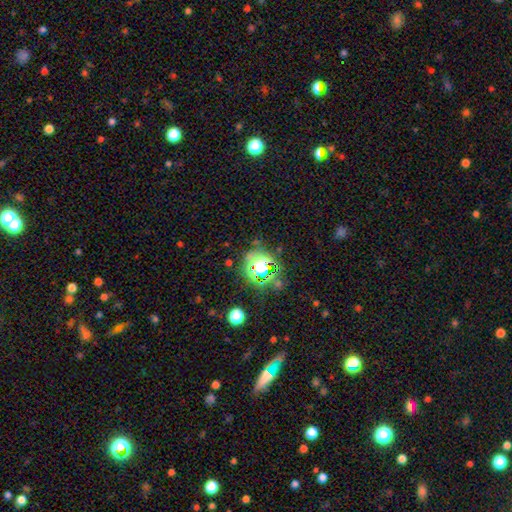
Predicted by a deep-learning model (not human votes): Q: Smooth or featured?
A: star or artifact (73%); runner-up: smooth (18%)